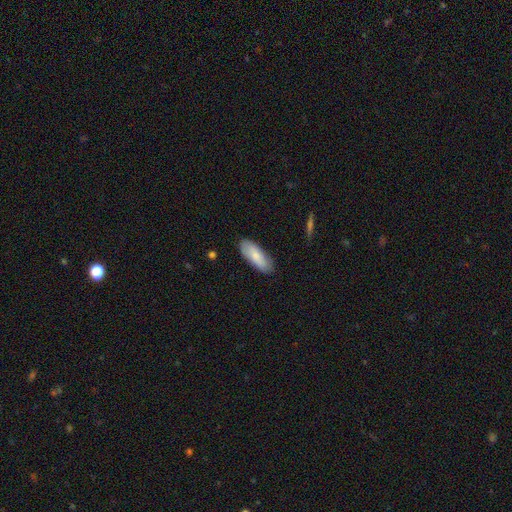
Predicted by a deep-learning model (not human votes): This appears to be a smooth galaxy with no disk features (81%) that is in between round and cigar-shaped (73%). Merging: none (83%).